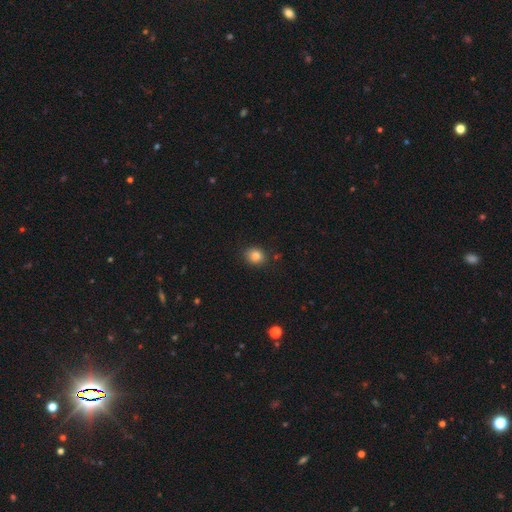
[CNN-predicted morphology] smooth_or_featured: smooth (p=0.84) [alt: star or artifact p=0.11]
how_rounded: round (p=0.62) [alt: in between p=0.37]
merging: none (p=0.85) [alt: minor disturbance p=0.10]